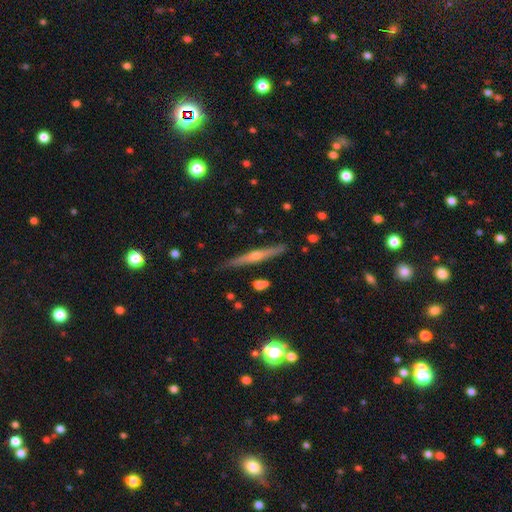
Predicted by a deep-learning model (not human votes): The model was most divided on "smooth or featured": featured or disk: 69%, smooth: 24%, star or artifact: 7%. More confident: edge-on disk — yes (97%); merging — none (86%); edge-on bulge — rounded (81%).